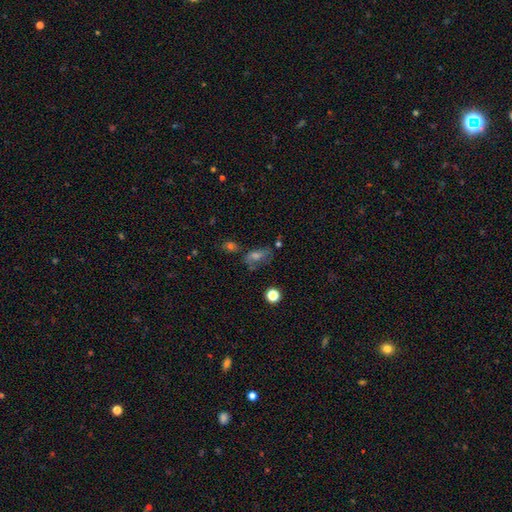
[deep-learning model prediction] Smooth or featured? featured or disk (40%)
Merging? none (56%)